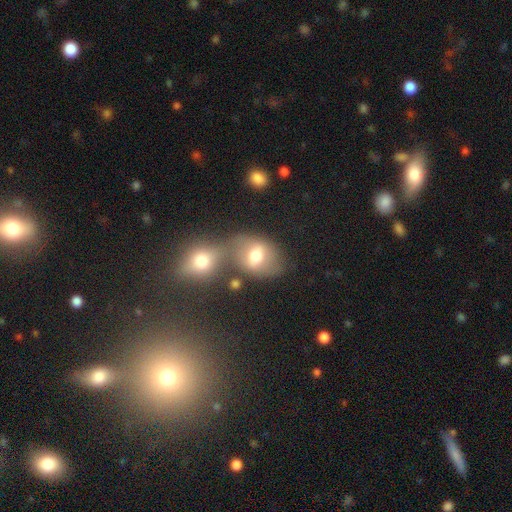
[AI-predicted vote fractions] Overall: smooth (61%; featured or disk 29%). How rounded: in between (62%; round 37%). Merging: merger (47%; none 33%).